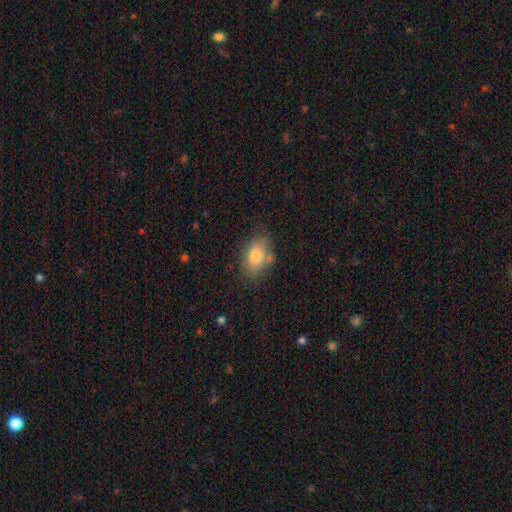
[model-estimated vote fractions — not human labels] Smooth or featured: smooth — 79% (featured or disk — 12%)
How rounded: in between — 84% (round — 14%)
Merging: none — 68% (minor disturbance — 20%)